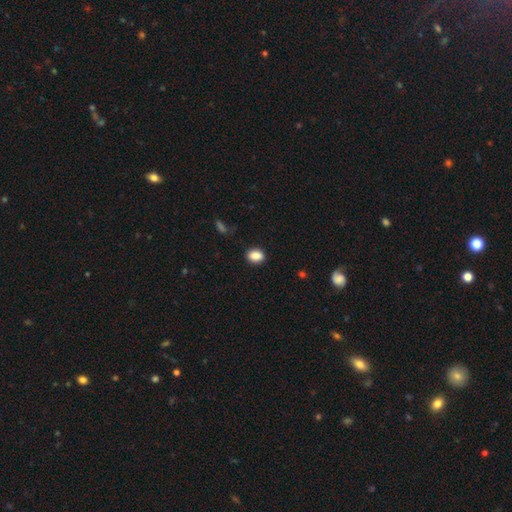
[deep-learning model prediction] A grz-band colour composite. It shows a smooth galaxy with no disk features (87%) that is in between round and cigar-shaped (66%). Merging: none (86%).